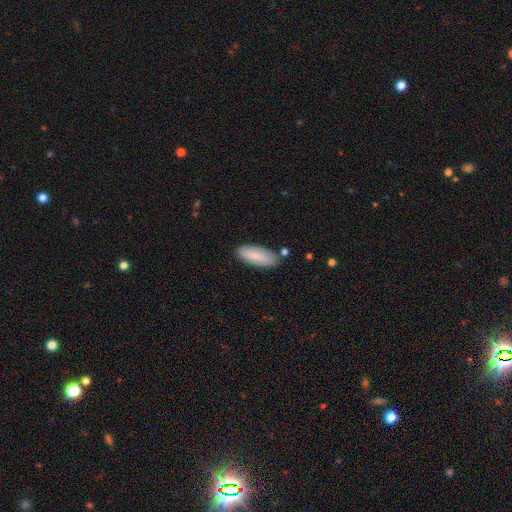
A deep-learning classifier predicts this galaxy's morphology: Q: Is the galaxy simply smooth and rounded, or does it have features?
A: smooth — 82%.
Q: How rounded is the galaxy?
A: in between — 73%.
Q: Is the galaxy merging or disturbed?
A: none — 80%.